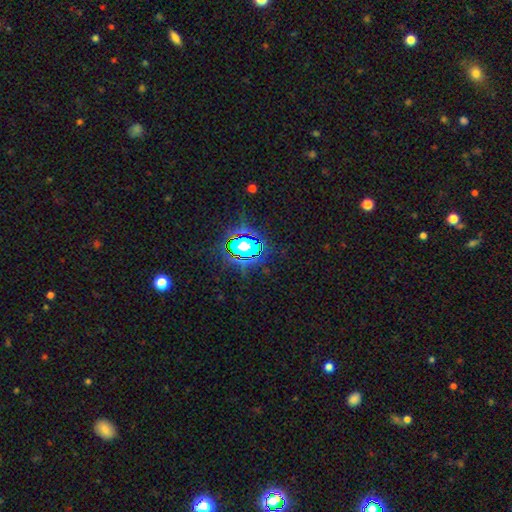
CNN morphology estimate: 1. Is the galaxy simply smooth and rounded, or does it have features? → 81% star or artifact, 12% smooth, 7% featured or disk.